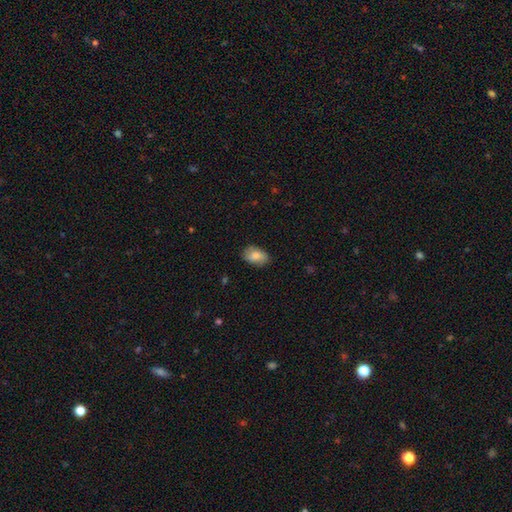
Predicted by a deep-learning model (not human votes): smooth-or-featured: smooth: 82% | featured or disk: 12% | star or artifact: 7%
  how-rounded: in between: 90% | round: 8% | cigar-shaped: 1%
  merging: none: 82% | minor disturbance: 14% | major disturbance: 3% | merger: 1%